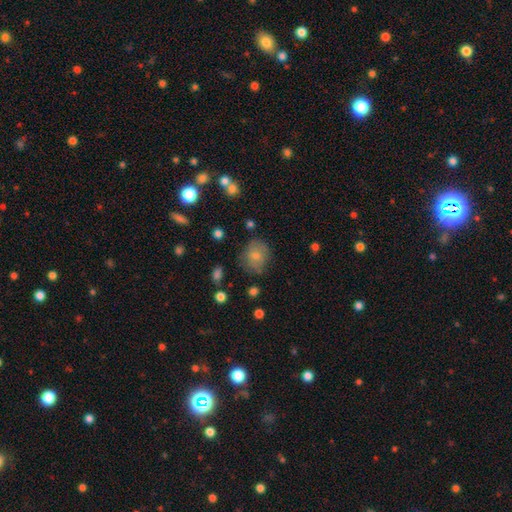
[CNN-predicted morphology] Overall: smooth (74%). How rounded: round (72%). Merging: none (72%).